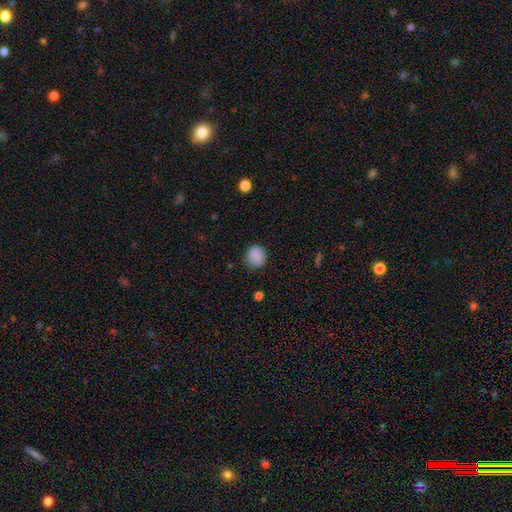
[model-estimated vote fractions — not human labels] smooth_or_featured: smooth (p=0.85) [alt: star or artifact p=0.08]
how_rounded: round (p=0.83) [alt: in between p=0.16]
merging: none (p=0.85) [alt: minor disturbance p=0.11]